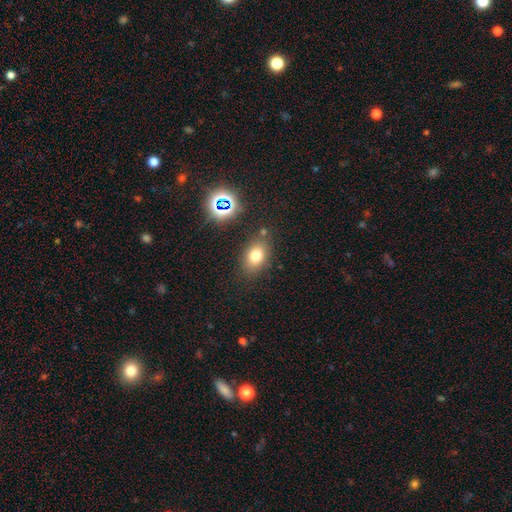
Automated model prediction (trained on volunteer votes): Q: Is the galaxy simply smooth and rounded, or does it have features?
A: smooth — 73%.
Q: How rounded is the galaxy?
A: in between — 73%.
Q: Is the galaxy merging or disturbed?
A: none — 77%.